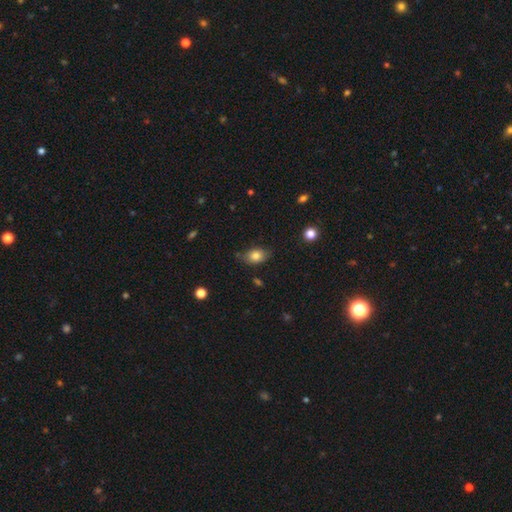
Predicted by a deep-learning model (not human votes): Smooth or featured?
  - smooth: 81% *
  - featured or disk: 10%
  - star or artifact: 9%
How rounded?
  - in between: 82% *
  - round: 17%
  - cigar-shaped: 2%
Merging?
  - none: 75% *
  - minor disturbance: 20%
  - major disturbance: 4%
  - merger: 2%